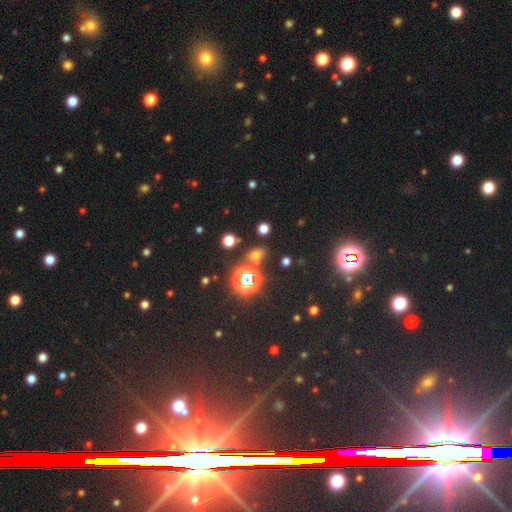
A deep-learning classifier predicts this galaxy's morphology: Smooth or featured: smooth — 50% (star or artifact — 42%)
Merging: none — 74% (minor disturbance — 11%)